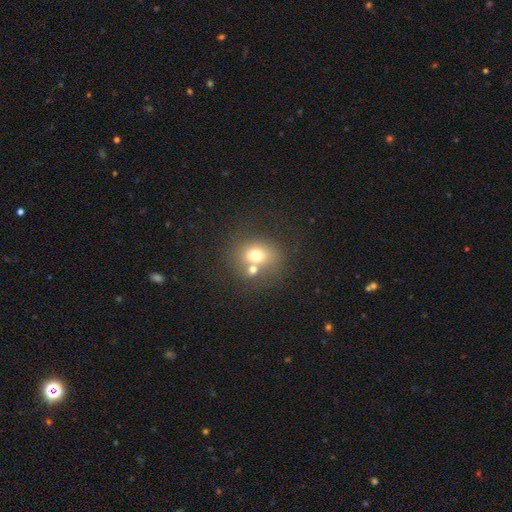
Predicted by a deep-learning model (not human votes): Smooth or featured? smooth (68%)
How rounded? round (68%)
Merging? none (45%)